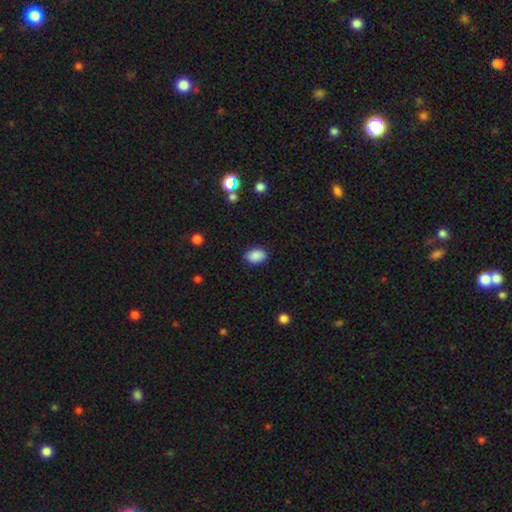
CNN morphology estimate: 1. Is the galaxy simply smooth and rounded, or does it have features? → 88% smooth, 8% star or artifact, 4% featured or disk.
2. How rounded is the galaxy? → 84% in between, 15% round, 1% cigar-shaped.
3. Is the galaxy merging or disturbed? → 87% none, 10% minor disturbance, 2% major disturbance, 1% merger.